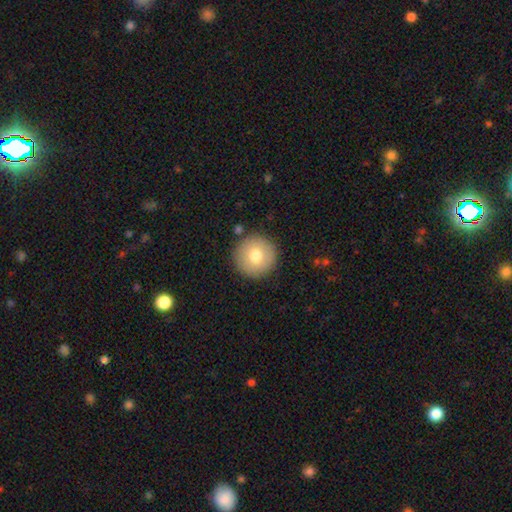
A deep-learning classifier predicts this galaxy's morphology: This appears to be a smooth galaxy with no disk features (75%) that is round (96%). Merging: none (89%).